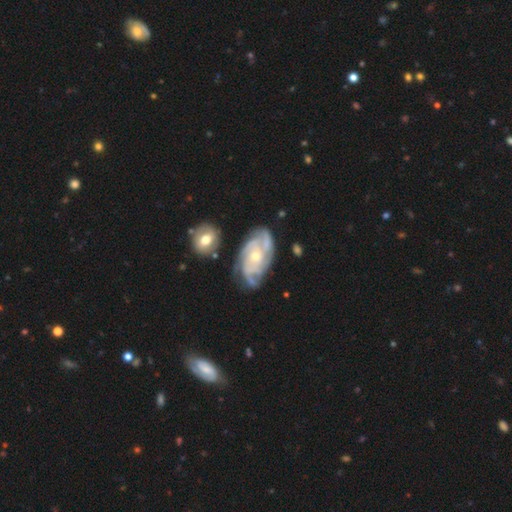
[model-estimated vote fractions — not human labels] Morphology: type=featured or disk (87%); edge-on=no (96%); bar=no (73%); spiral arms=yes (96%); winding=tight (59%); arm count=3 (28%); bulge=small (57%); merging=none (64%).